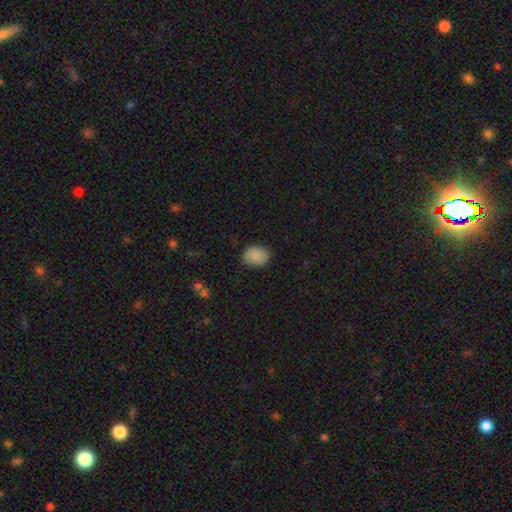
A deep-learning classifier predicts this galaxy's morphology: Q: Smooth or featured?
A: smooth (87%); runner-up: star or artifact (8%)
Q: How rounded?
A: in between (58%); runner-up: round (41%)
Q: Merging?
A: none (84%); runner-up: minor disturbance (13%)